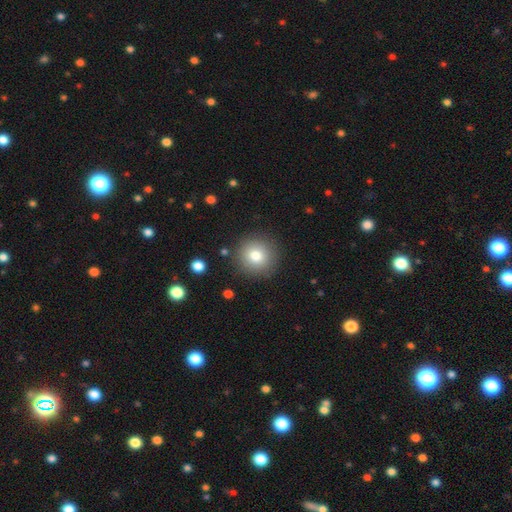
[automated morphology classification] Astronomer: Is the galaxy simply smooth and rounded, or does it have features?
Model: smooth — 78%.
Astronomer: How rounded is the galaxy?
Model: round — 94%.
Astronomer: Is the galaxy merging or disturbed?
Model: none — 88%.